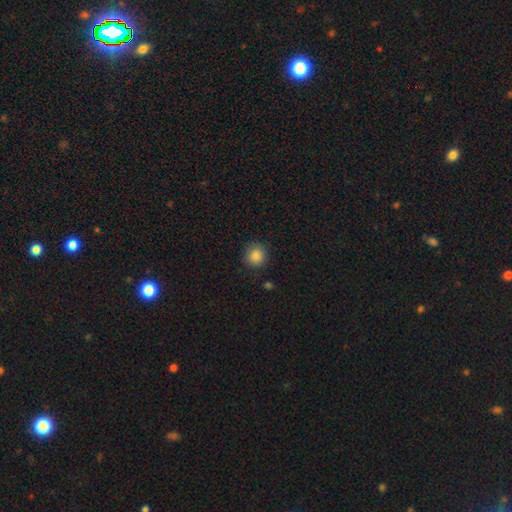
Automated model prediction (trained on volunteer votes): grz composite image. It shows a smooth galaxy with no disk features (86%) that is round (91%). Merging: none (86%).